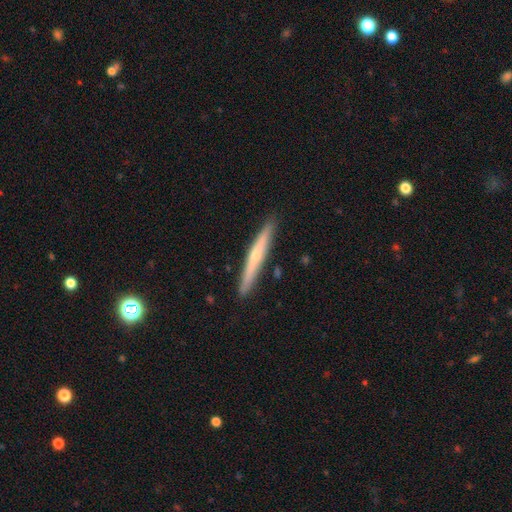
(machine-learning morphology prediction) A featured or disk galaxy (54%) viewed edge-on (96%) with a rounded central bulge (60%).

Vote fractions:
- Smooth or featured? featured or disk: 54% / smooth: 40% / star or artifact: 6%
- Edge-on disk? yes: 96% / no: 4%
- Edge-on bulge? rounded: 60% / none: 36% / boxy: 4%
- Merging? none: 90% / minor disturbance: 7% / merger: 1% / major disturbance: 1%